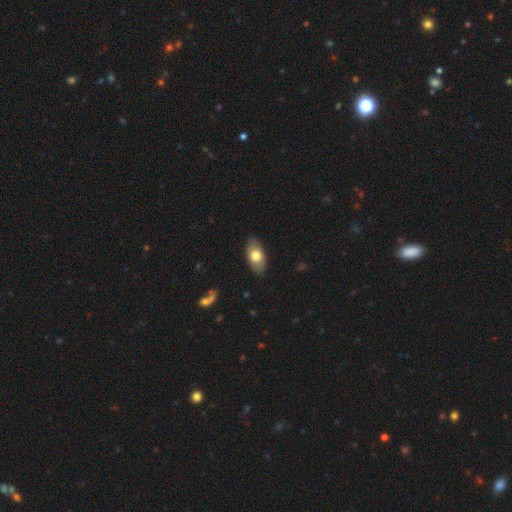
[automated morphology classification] This appears to be a smooth galaxy with no disk features (73%) that is in between round and cigar-shaped (93%). Merging: none (86%).